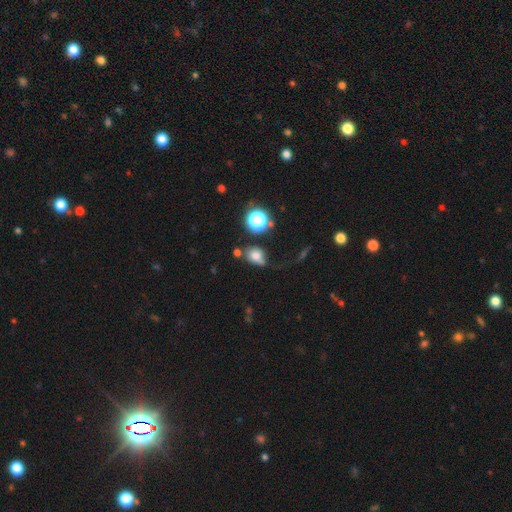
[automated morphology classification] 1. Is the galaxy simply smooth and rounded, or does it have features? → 72% smooth, 16% star or artifact, 11% featured or disk.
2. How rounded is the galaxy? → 50% round, 49% in between, 1% cigar-shaped.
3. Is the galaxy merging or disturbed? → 48% none, 26% minor disturbance, 13% major disturbance, 13% merger.